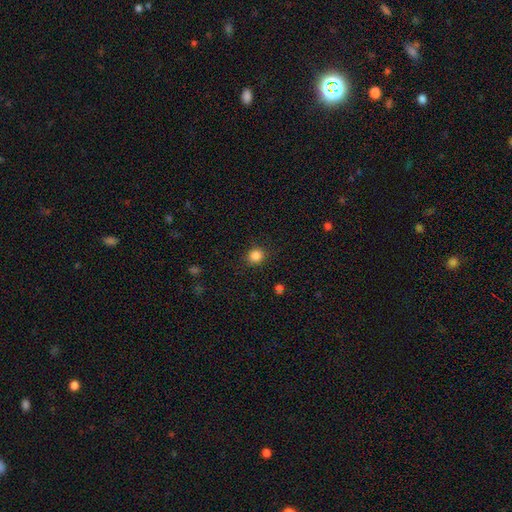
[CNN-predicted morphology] smooth_or_featured: smooth (p=0.85) [alt: star or artifact p=0.11]
how_rounded: round (p=0.86) [alt: in between p=0.13]
merging: none (p=0.89) [alt: minor disturbance p=0.08]